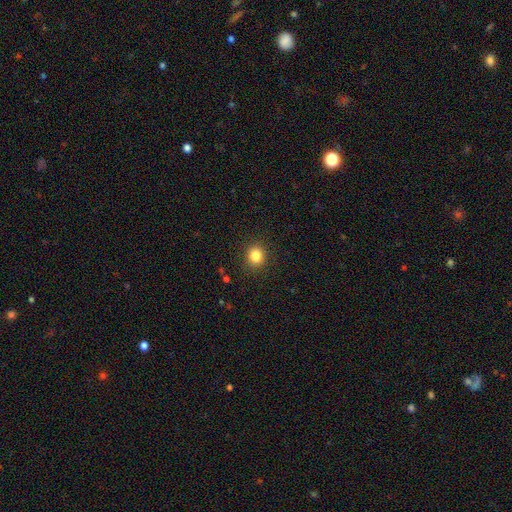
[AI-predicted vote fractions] This is clearly a smooth galaxy (84%). How rounded: likely round (79%). Merging: clearly none (90%).